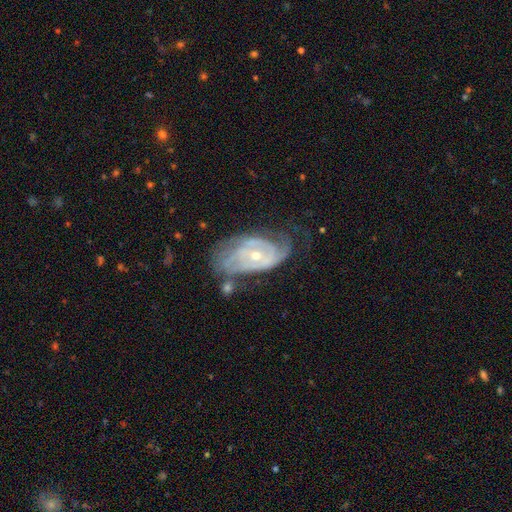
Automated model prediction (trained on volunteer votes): This appears to be a featured or disk galaxy (84%) with no bar (68%), tight (62%) spiral arms (89%) and a small central bulge (57%). Merging: none (43%).